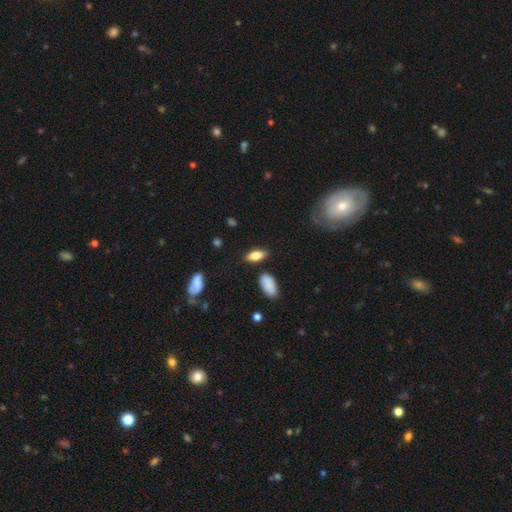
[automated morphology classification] smooth-or-featured: smooth: 80% | featured or disk: 13% | star or artifact: 8%
  how-rounded: in between: 84% | cigar-shaped: 12% | round: 4%
  merging: none: 79% | minor disturbance: 13% | merger: 4% | major disturbance: 3%